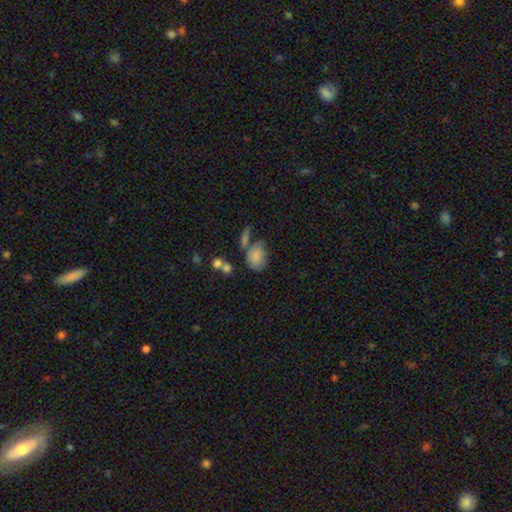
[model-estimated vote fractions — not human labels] Smooth or featured? smooth (79%)
How rounded? in between (68%)
Merging? none (41%)